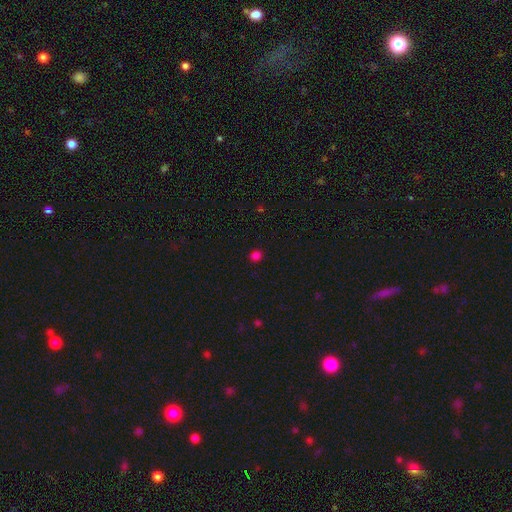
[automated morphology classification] A smooth galaxy with no disk features (78%) that is round (80%). Merging: none (91%).